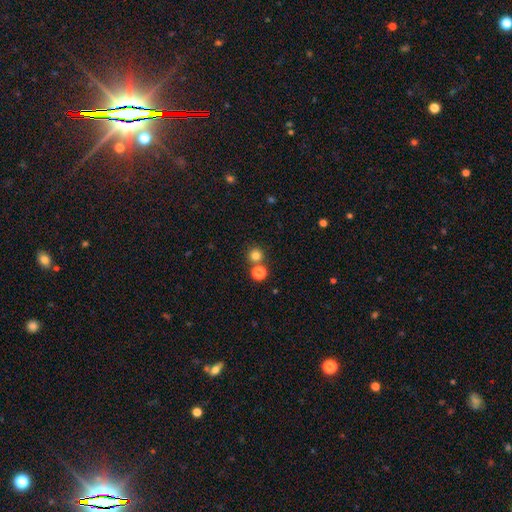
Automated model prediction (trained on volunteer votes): Smooth or featured: smooth — 80% (star or artifact — 15%)
How rounded: round — 94% (in between — 5%)
Merging: none — 72% (merger — 19%)